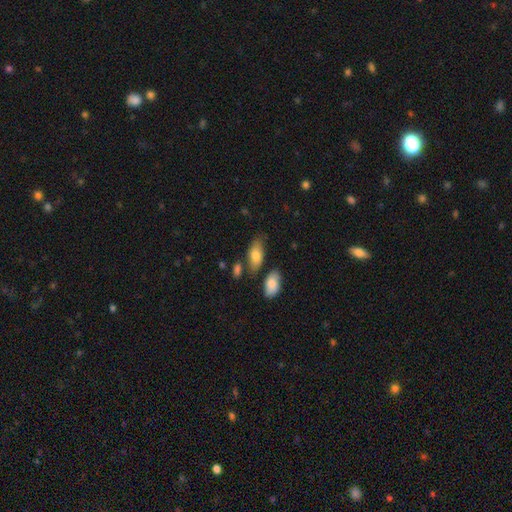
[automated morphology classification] Smooth or featured?
  - smooth: 79% *
  - featured or disk: 14%
  - star or artifact: 7%
How rounded?
  - in between: 89% *
  - cigar-shaped: 7%
  - round: 4%
Merging?
  - none: 65% *
  - minor disturbance: 20%
  - merger: 9%
  - major disturbance: 5%